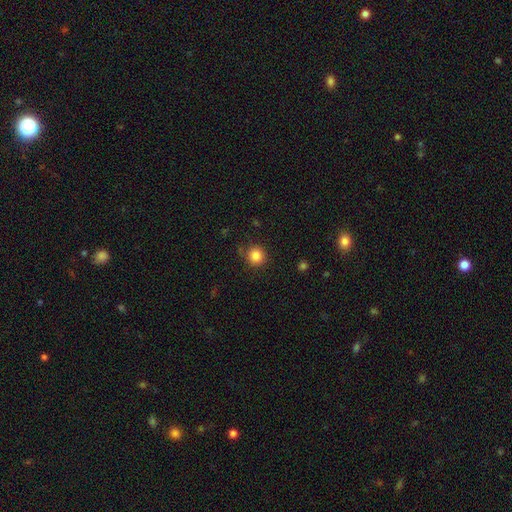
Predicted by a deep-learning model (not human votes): Smooth or featured? smooth (84%)
How rounded? round (92%)
Merging? none (84%)